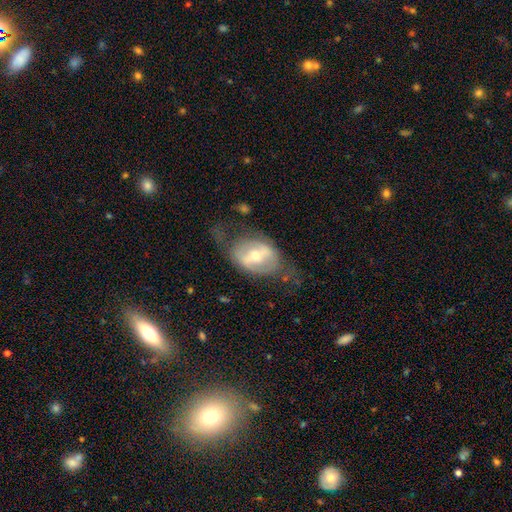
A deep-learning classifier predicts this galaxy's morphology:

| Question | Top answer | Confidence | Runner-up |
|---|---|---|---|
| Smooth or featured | featured or disk | 64% | smooth (30%) |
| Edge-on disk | no | 89% | yes (11%) |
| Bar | strong | 52% | weak (29%) |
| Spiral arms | no | 69% | yes (31%) |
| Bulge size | moderate | 59% | small (34%) |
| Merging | none | 52% | minor disturbance (24%) |